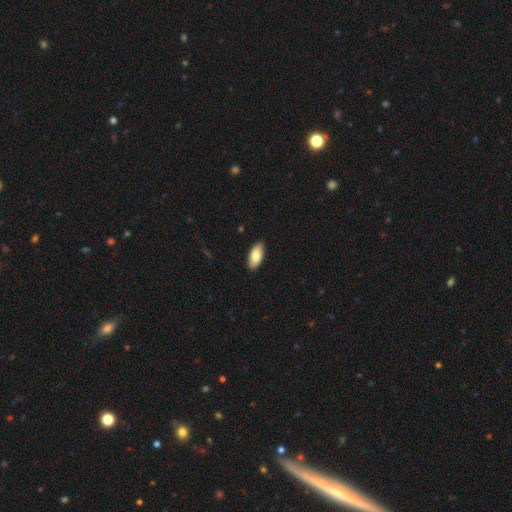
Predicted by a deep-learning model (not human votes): The model was most divided on "smooth or featured": smooth: 81%, featured or disk: 13%, star or artifact: 6%. More confident: how rounded — in between (89%); merging — none (89%).